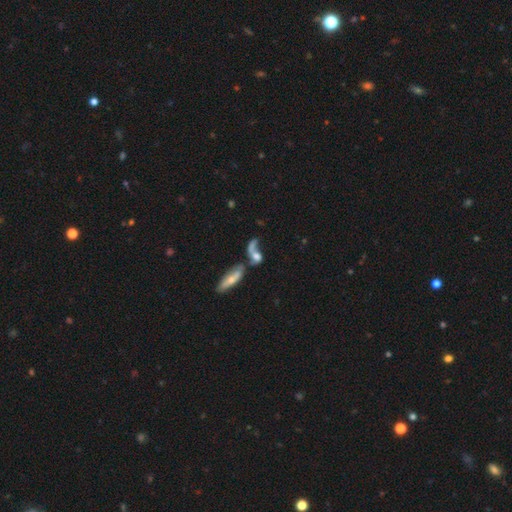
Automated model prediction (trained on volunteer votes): Morphology: type=featured or disk (45%, tied with smooth); merging=merger (56%).